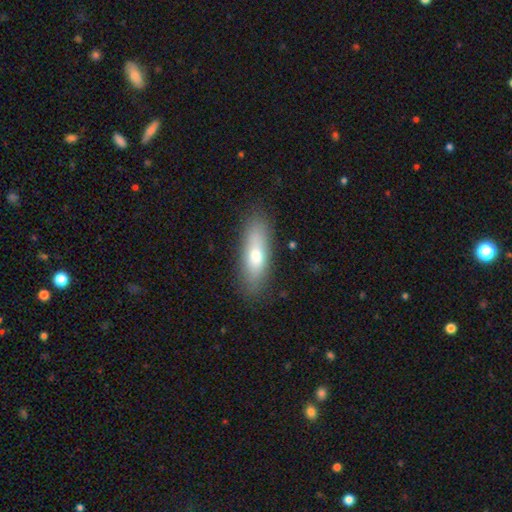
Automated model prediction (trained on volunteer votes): smooth 68%, featured or disk 25%, star or artifact 7%. Down the decision tree: how rounded — in between (54%); merging — none (84%).